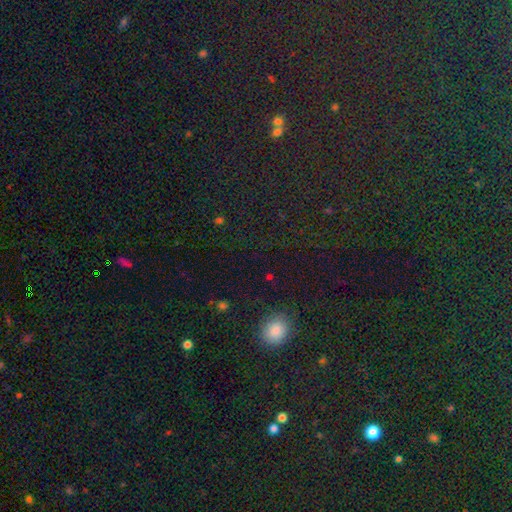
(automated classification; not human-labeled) Overall: star or artifact (66%; smooth 27%).